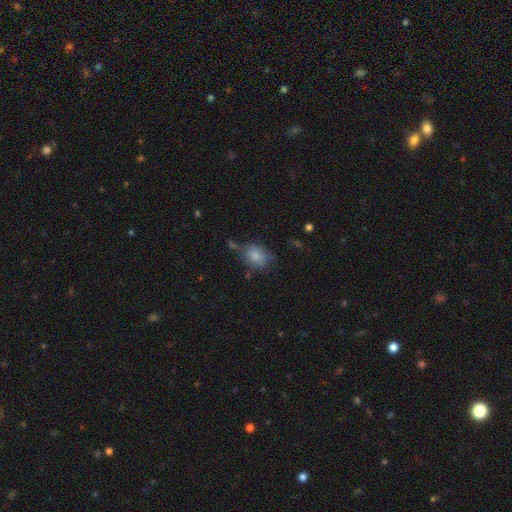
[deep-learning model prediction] Smooth or featured? Predicted: smooth (p=0.80). How rounded? Predicted: in between (p=0.59). Merging? Predicted: none (p=0.59).